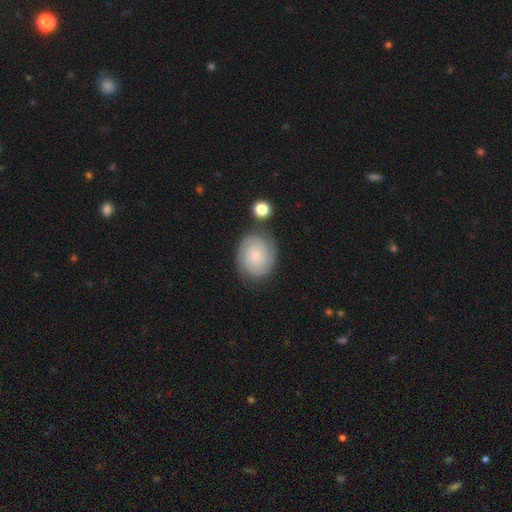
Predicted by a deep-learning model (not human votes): A featured or disk galaxy (71%) with no bar (77%), 2 (70%) tight (75%) spiral arms (95%) and a small central bulge (66%). Merging: none (81%).